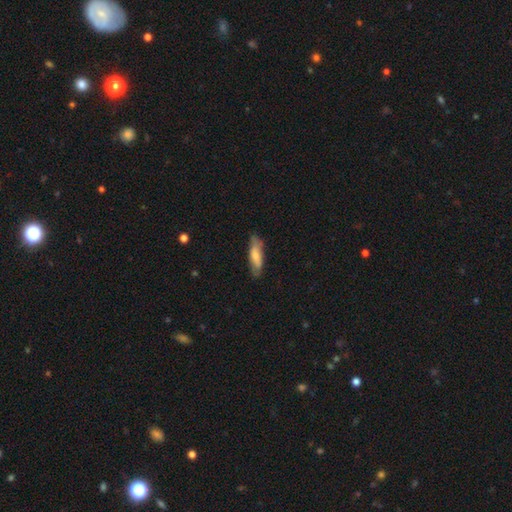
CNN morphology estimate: Smooth or featured? Predicted: smooth (p=0.65). How rounded? Predicted: cigar-shaped (p=0.55). Merging? Predicted: none (p=0.74).